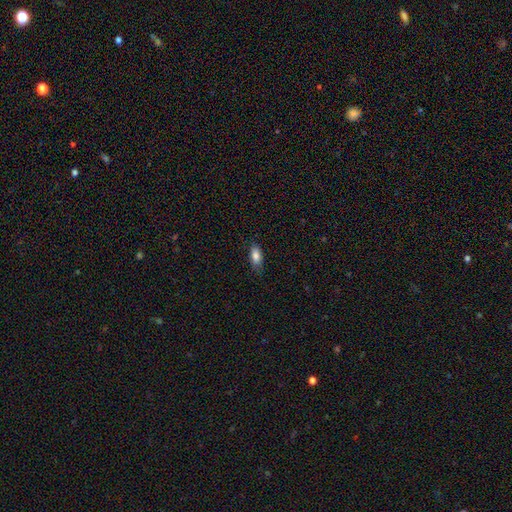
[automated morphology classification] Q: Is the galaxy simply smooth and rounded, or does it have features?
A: smooth — 83%.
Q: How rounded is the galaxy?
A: in between — 83%.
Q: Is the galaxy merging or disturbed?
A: none — 76%.